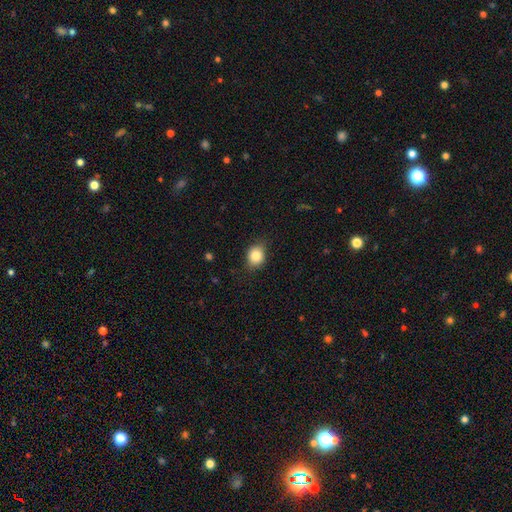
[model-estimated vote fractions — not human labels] The model was most divided on "how rounded": round: 56%, in between: 43%, cigar-shaped: 1%. More confident: smooth or featured — smooth (83%); merging — none (79%).